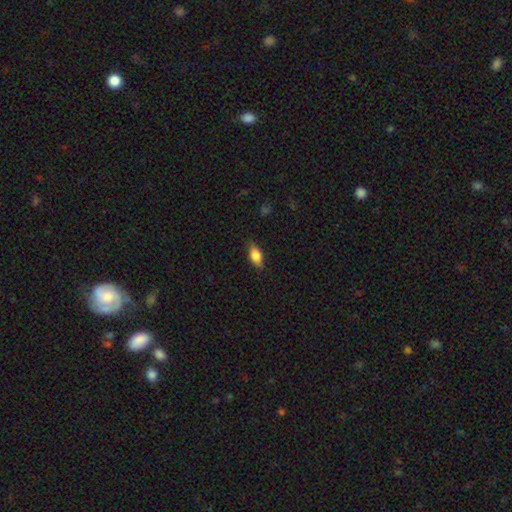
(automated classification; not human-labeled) smooth-or-featured: smooth: 81% | featured or disk: 12% | star or artifact: 7%
  how-rounded: in between: 85% | cigar-shaped: 10% | round: 5%
  merging: none: 81% | minor disturbance: 15% | major disturbance: 3% | merger: 1%